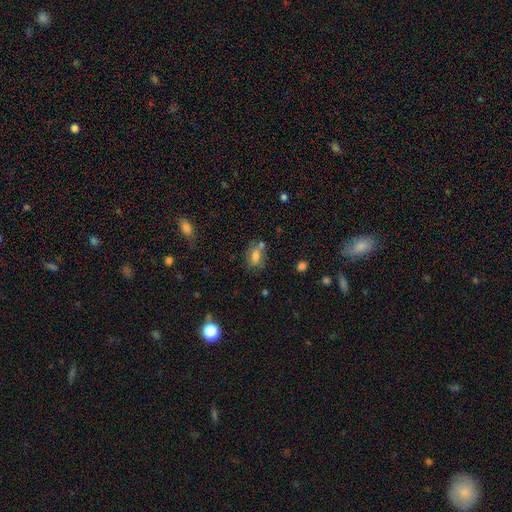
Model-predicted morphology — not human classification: Smooth or featured? Predicted: smooth (p=0.64). How rounded? Predicted: in between (p=0.79). Merging? Predicted: none (p=0.56).